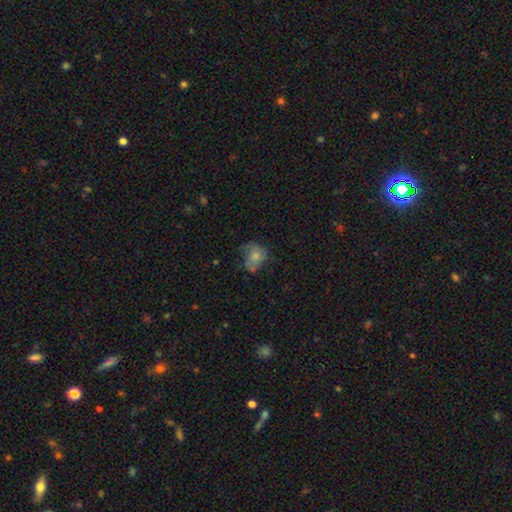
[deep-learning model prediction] smooth 50%, featured or disk 36%, star or artifact 14%. Down the decision tree: how rounded — round (53%); merging — none (44%).